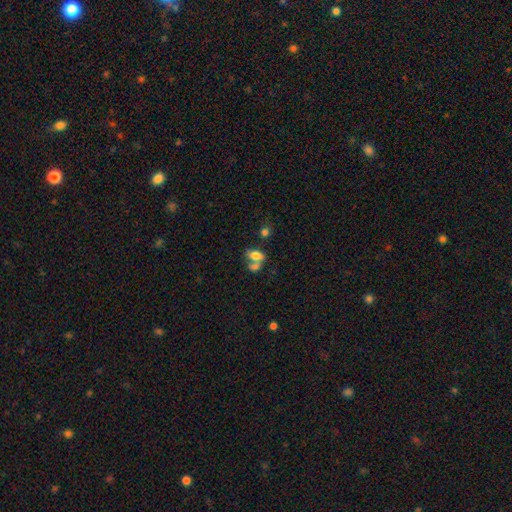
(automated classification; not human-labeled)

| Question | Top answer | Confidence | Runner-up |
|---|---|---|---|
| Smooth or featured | smooth | 70% | featured or disk (20%) |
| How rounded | in between | 82% | round (12%) |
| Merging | merger | 50% | none (31%) |